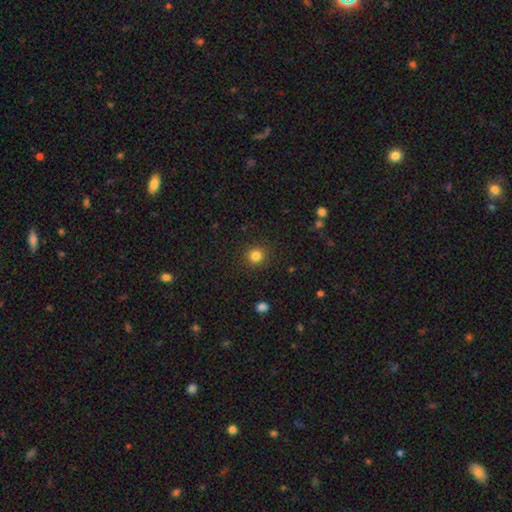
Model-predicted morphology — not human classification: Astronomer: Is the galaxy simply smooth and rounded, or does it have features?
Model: smooth — 83%.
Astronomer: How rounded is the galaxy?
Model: round — 93%.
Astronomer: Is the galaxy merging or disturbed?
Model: none — 91%.